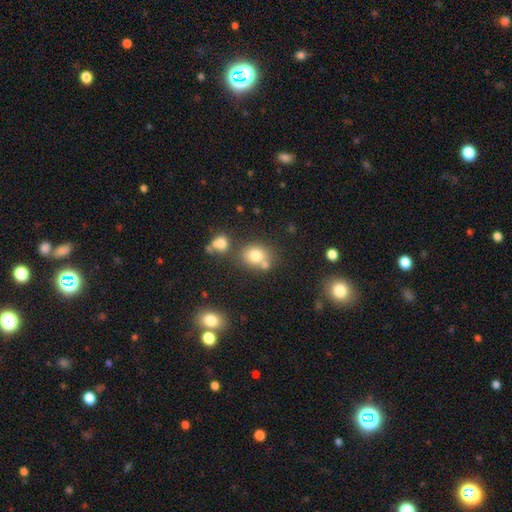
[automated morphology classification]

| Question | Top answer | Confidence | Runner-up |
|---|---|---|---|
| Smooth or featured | smooth | 77% | star or artifact (12%) |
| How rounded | round | 63% | in between (36%) |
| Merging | none | 55% | merger (26%) |